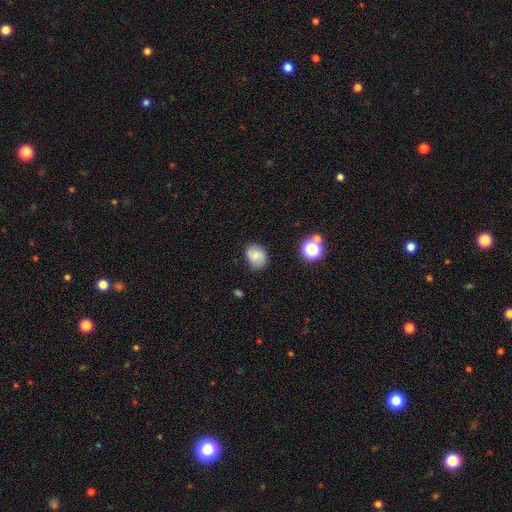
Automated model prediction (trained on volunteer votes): This is likely a smooth galaxy (68%). How rounded: possibly round (50%). Merging: likely none (78%).